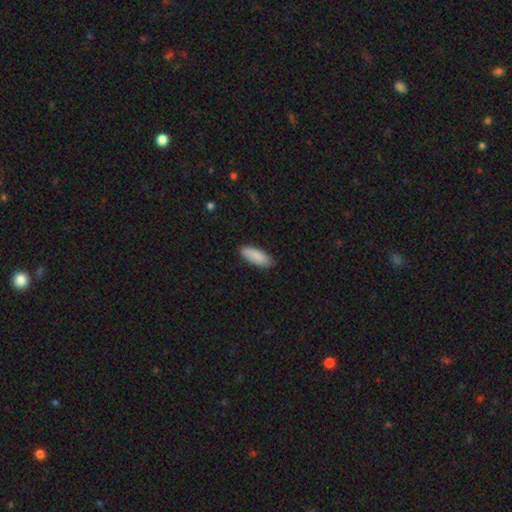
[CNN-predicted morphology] smooth_or_featured: smooth (p=0.89) [alt: featured or disk p=0.06]
how_rounded: in between (p=0.75) [alt: cigar-shaped p=0.24]
merging: none (p=0.86) [alt: minor disturbance p=0.12]